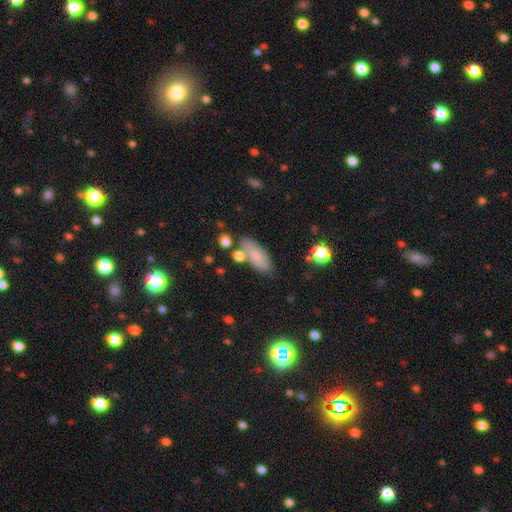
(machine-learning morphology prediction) This is likely a smooth galaxy (78%). How rounded: clearly in between (80%). Merging: likely none (68%).